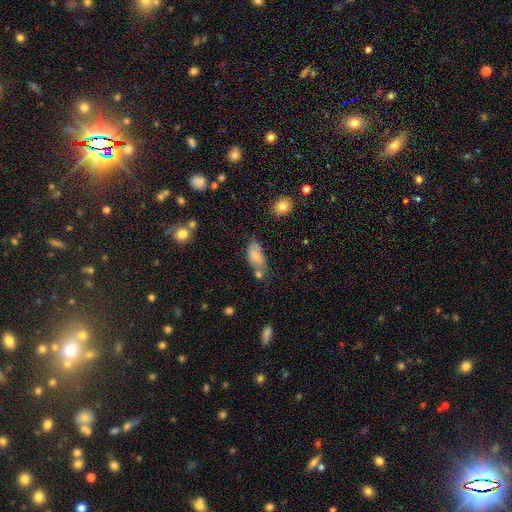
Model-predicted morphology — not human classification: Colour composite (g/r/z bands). It shows a smooth galaxy with no disk features (77%) that is in between round and cigar-shaped (85%). Merging: none (52%).